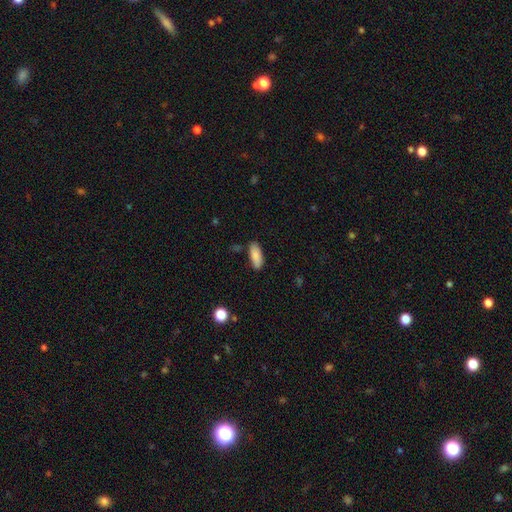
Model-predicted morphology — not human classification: A smooth galaxy with no disk features (87%) that is in between round and cigar-shaped (78%).

Vote fractions:
- Smooth or featured? smooth: 87% / star or artifact: 7% / featured or disk: 6%
- How rounded? in between: 78% / cigar-shaped: 20% / round: 2%
- Merging? none: 79% / minor disturbance: 15% / merger: 3% / major disturbance: 3%